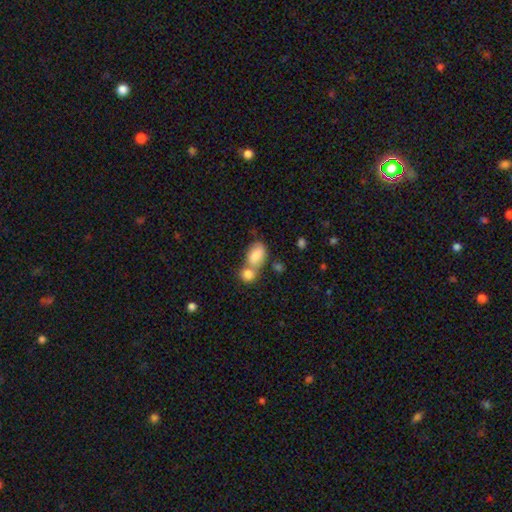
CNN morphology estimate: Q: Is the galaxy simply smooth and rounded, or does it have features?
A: smooth — 80%.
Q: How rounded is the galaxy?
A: in between — 86%.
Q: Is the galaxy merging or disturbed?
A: merger — 54%.